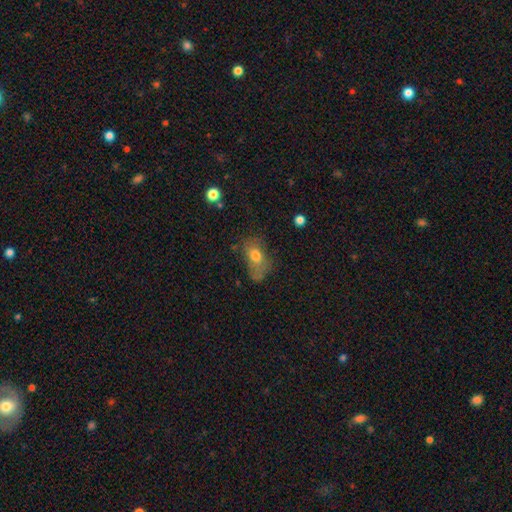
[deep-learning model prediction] A smooth galaxy with no disk features (69%) that is in between round and cigar-shaped (80%).

Vote fractions:
- Smooth or featured? smooth: 69% / featured or disk: 20% / star or artifact: 11%
- How rounded? in between: 80% / round: 17% / cigar-shaped: 3%
- Merging? none: 37% / minor disturbance: 30% / major disturbance: 29% / merger: 5%